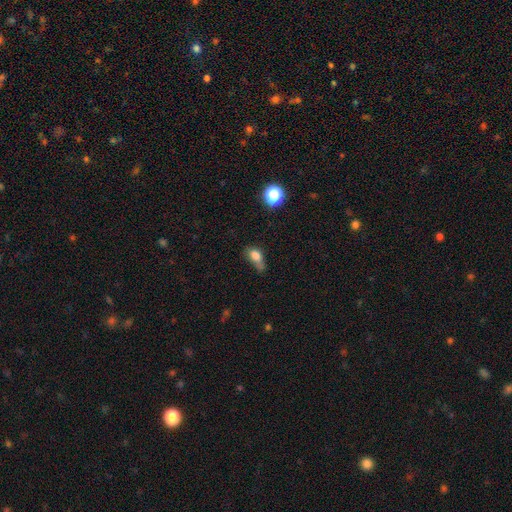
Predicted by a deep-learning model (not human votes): smooth_or_featured: smooth (p=0.75) [alt: star or artifact p=0.12]
how_rounded: in between (p=0.74) [alt: round p=0.20]
merging: minor disturbance (p=0.34) [alt: none p=0.29]